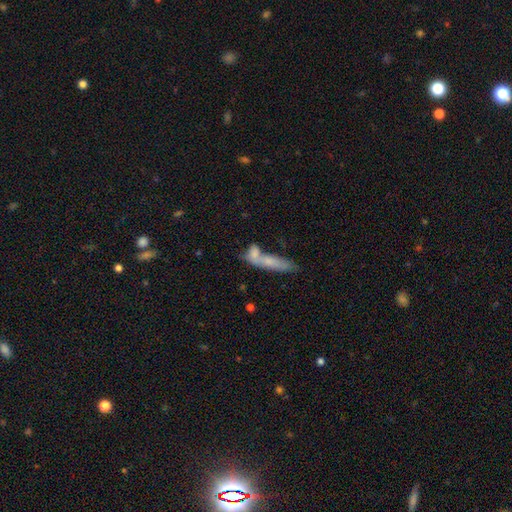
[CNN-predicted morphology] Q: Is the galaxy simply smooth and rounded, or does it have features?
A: smooth — 71%.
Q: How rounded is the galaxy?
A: in between — 48%.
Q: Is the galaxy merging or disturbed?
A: merger — 53%.